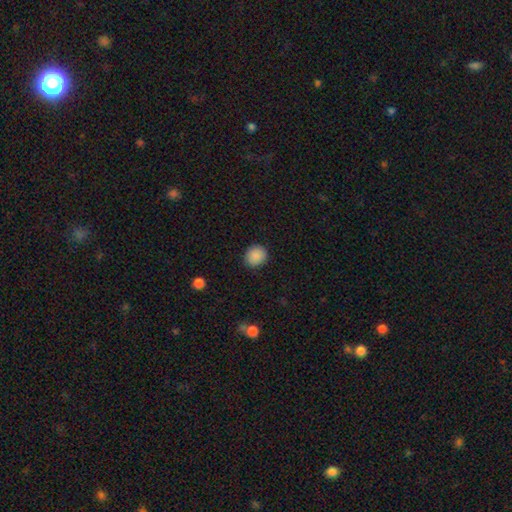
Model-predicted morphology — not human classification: smooth_or_featured: smooth (p=0.89) [alt: star or artifact p=0.09]
how_rounded: round (p=0.79) [alt: in between p=0.20]
merging: none (p=0.89) [alt: minor disturbance p=0.08]